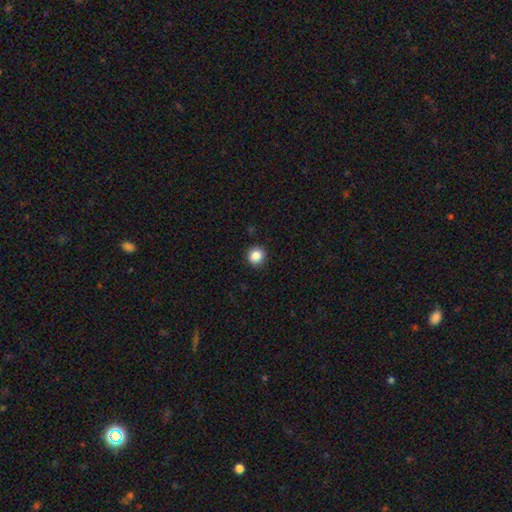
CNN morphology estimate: This is clearly a smooth galaxy (86%). How rounded: clearly round (92%). Merging: clearly none (92%).